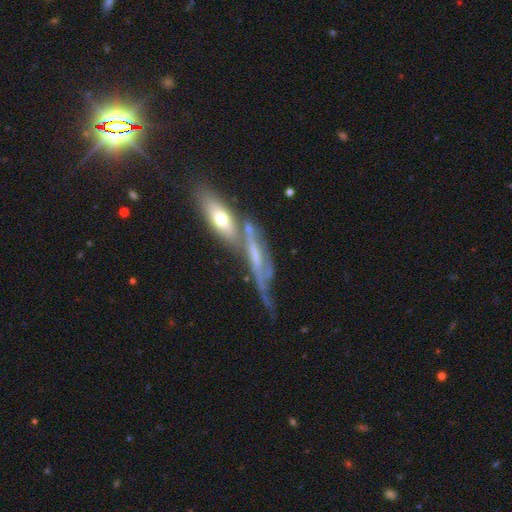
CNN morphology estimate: Smooth or featured?
  - featured or disk: 70% *
  - smooth: 21%
  - star or artifact: 9%
Edge-on disk?
  - yes: 55% *
  - no: 45%
Merging?
  - none: 36% *
  - merger: 32%
  - minor disturbance: 19%
  - major disturbance: 13%